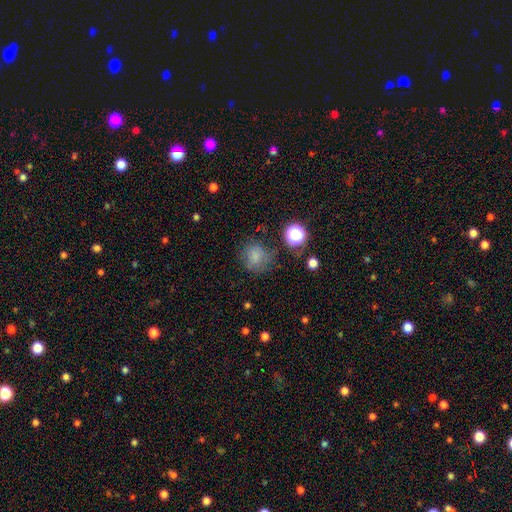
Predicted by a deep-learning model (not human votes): Overall: smooth (72%). How rounded: round (83%). Merging: none (62%).